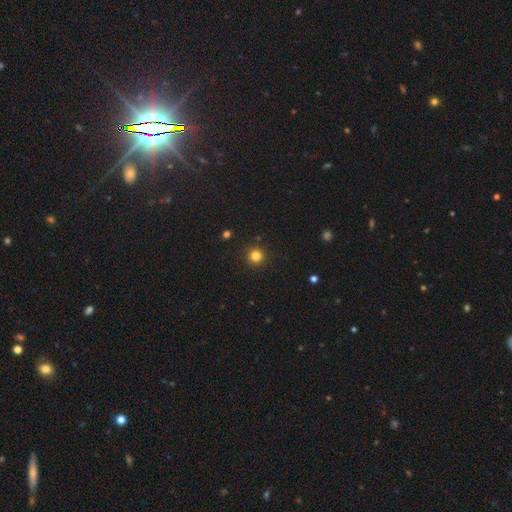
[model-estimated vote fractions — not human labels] Smooth or featured? smooth (82%)
How rounded? round (95%)
Merging? none (92%)